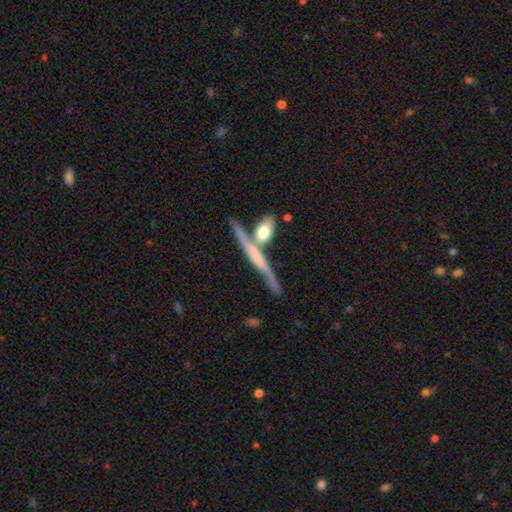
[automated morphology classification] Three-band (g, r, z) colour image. It shows a featured or disk galaxy (66%) viewed edge-on (88%) with a rounded central bulge (43%). Merging: none (55%).